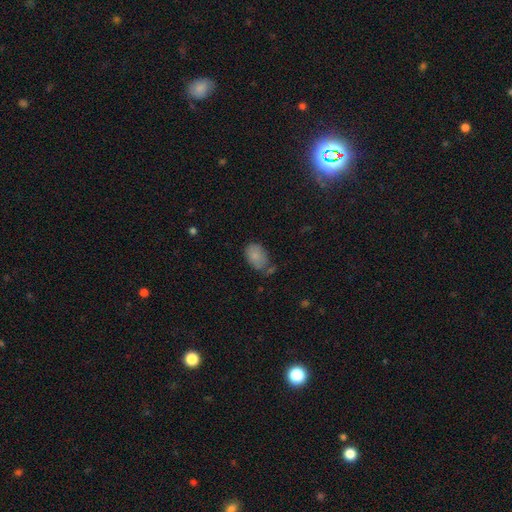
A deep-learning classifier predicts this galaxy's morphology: A smooth galaxy with no disk features (84%) that is in between round and cigar-shaped (85%).

Vote fractions:
- Smooth or featured? smooth: 84% / featured or disk: 8% / star or artifact: 8%
- How rounded? in between: 85% / round: 13% / cigar-shaped: 1%
- Merging? none: 53% / minor disturbance: 28% / merger: 11% / major disturbance: 9%